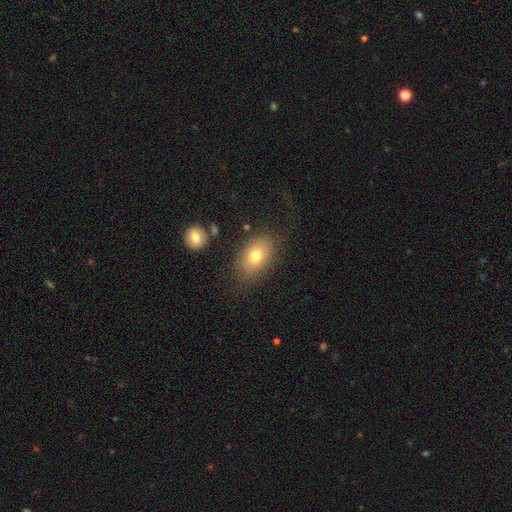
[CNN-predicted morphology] The model was most divided on "smooth or featured": smooth: 74%, featured or disk: 16%, star or artifact: 10%. More confident: how rounded — in between (83%); merging — none (77%).